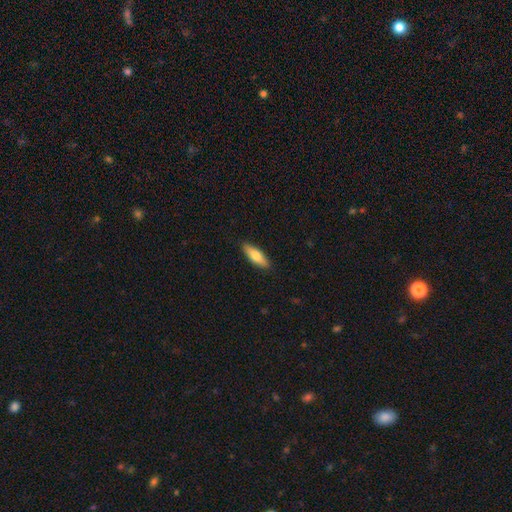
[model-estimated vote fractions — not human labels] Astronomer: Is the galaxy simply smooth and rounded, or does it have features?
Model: smooth — 75%.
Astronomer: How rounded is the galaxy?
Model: in between — 56% (runner-up: cigar-shaped, 42%).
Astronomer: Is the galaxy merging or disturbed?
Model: none — 88%.